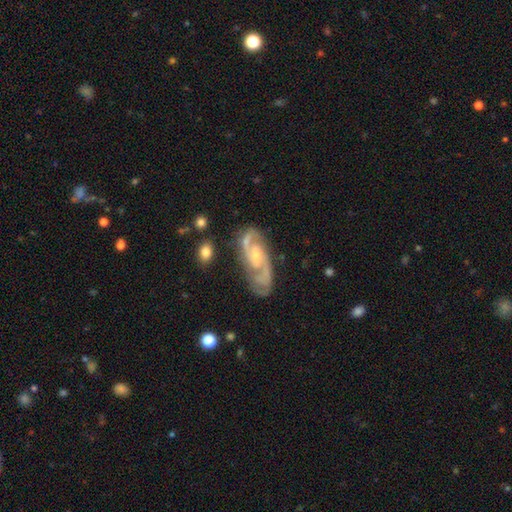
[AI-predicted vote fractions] The model was most divided on "bar": no: 50%, weak: 39%, strong: 11%. More confident: spiral arms — yes (97%); edge-on disk — no (95%); smooth or featured — featured or disk (89%); spiral arm count — 2 (80%); merging — none (71%); bulge size — small (66%); spiral winding — medium (53%).